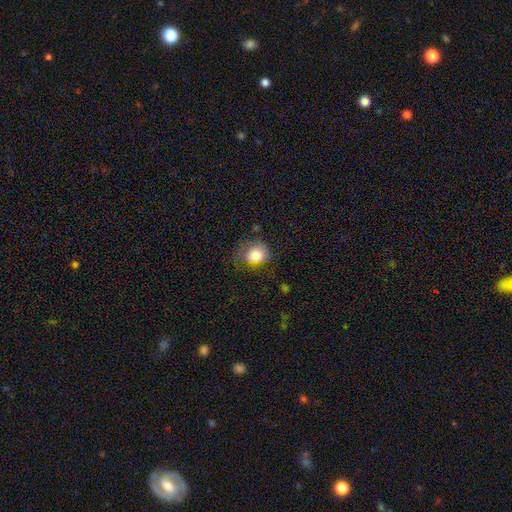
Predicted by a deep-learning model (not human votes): Overall: smooth (81%). How rounded: round (62%; in between 37%). Merging: none (49%; minor disturbance 28%).